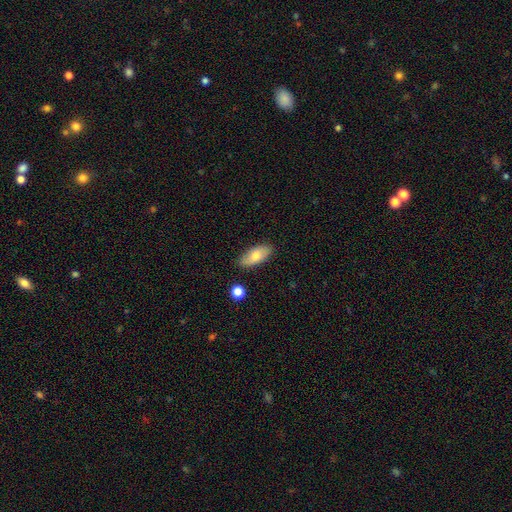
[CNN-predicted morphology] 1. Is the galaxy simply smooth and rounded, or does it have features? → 74% smooth, 20% featured or disk, 7% star or artifact.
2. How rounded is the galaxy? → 87% in between, 11% cigar-shaped, 3% round.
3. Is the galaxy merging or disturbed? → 82% none, 14% minor disturbance, 2% major disturbance, 2% merger.